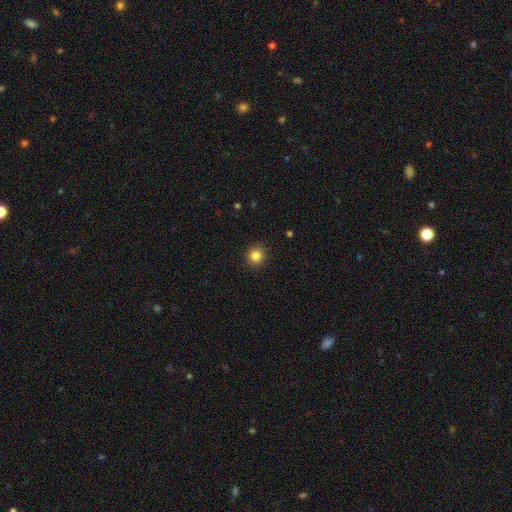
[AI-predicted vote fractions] This is clearly a smooth galaxy (84%). How rounded: clearly round (90%). Merging: clearly none (91%).